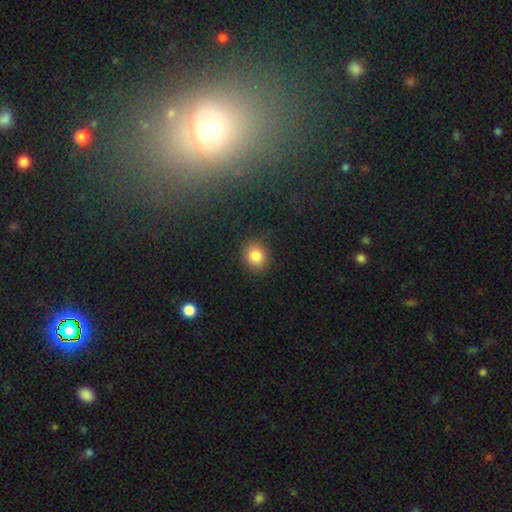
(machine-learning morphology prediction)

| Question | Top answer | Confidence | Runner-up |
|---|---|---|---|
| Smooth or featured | smooth | 84% | star or artifact (10%) |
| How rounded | round | 77% | in between (22%) |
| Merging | none | 84% | minor disturbance (11%) |